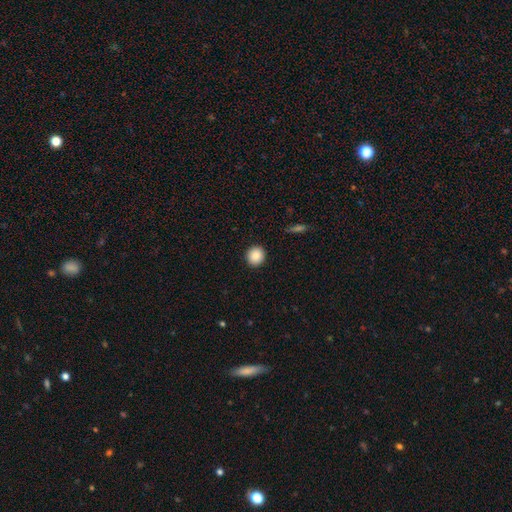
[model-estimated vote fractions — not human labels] Smooth or featured: smooth — 89% (star or artifact — 8%)
How rounded: round — 90% (in between — 9%)
Merging: none — 92% (minor disturbance — 5%)